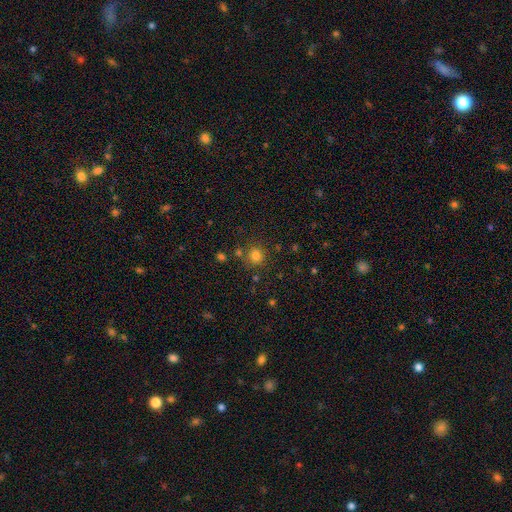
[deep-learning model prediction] Smooth or featured?
  - smooth: 80% *
  - star or artifact: 15%
  - featured or disk: 5%
How rounded?
  - round: 92% *
  - in between: 7%
  - cigar-shaped: 1%
Merging?
  - none: 81% *
  - minor disturbance: 8%
  - merger: 7%
  - major disturbance: 3%